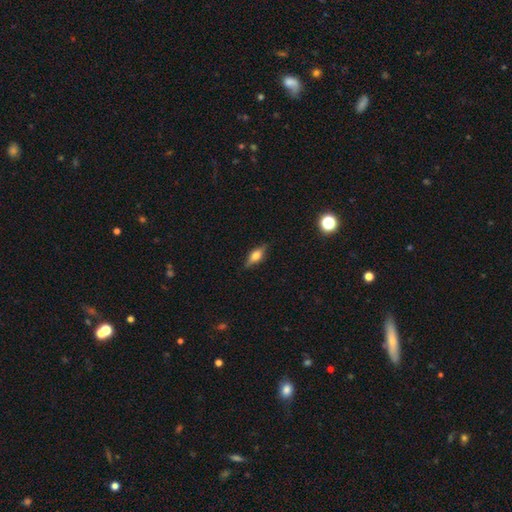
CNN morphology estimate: This is possibly a smooth galaxy (49%). Merging: clearly none (83%).